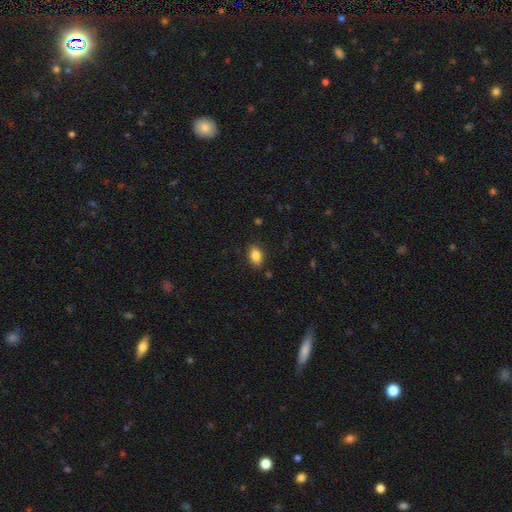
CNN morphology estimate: Smooth or featured?
  - smooth: 87% *
  - star or artifact: 9%
  - featured or disk: 5%
How rounded?
  - in between: 84% *
  - round: 14%
  - cigar-shaped: 1%
Merging?
  - none: 87% *
  - minor disturbance: 9%
  - major disturbance: 3%
  - merger: 1%